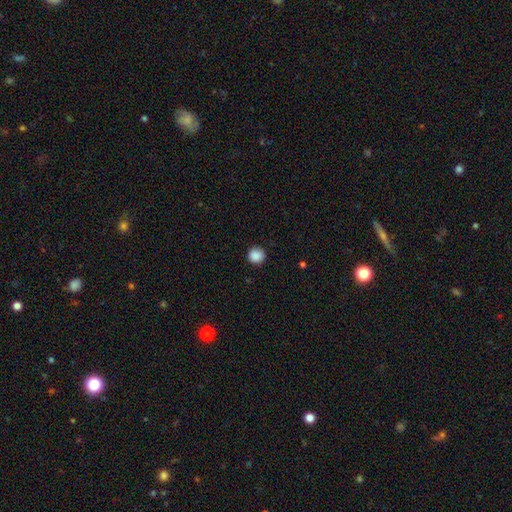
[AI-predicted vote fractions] A smooth galaxy with no disk features (88%) that is round (93%). Merging: none (91%).